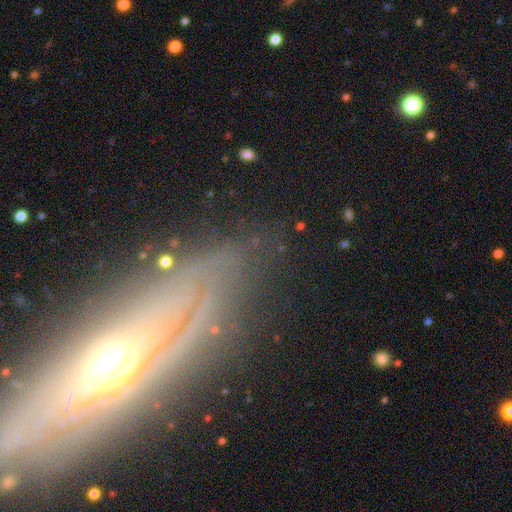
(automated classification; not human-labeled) The model was most divided on "edge-on disk": no: 52%, yes: 48%. More confident: merging — none (78%); smooth or featured — featured or disk (70%).